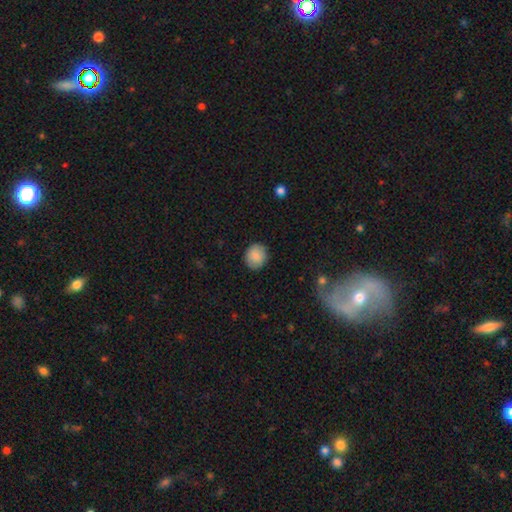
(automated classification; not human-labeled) The model was most divided on "how rounded": round: 75%, in between: 24%, cigar-shaped: 1%. More confident: merging — none (88%); smooth or featured — smooth (86%).